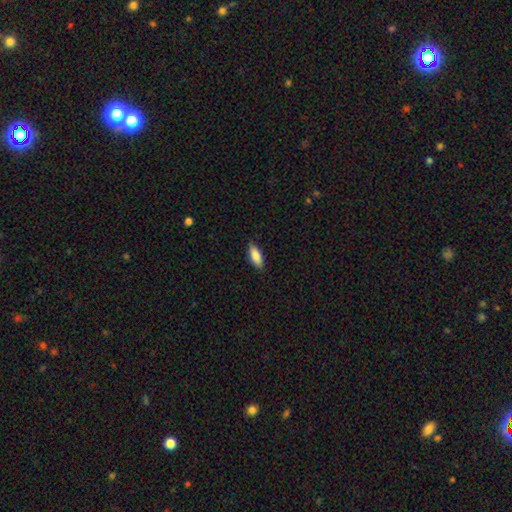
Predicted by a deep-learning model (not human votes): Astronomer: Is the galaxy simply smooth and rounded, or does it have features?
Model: smooth — 83%.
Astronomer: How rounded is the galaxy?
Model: in between — 71%.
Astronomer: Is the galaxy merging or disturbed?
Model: none — 85%.